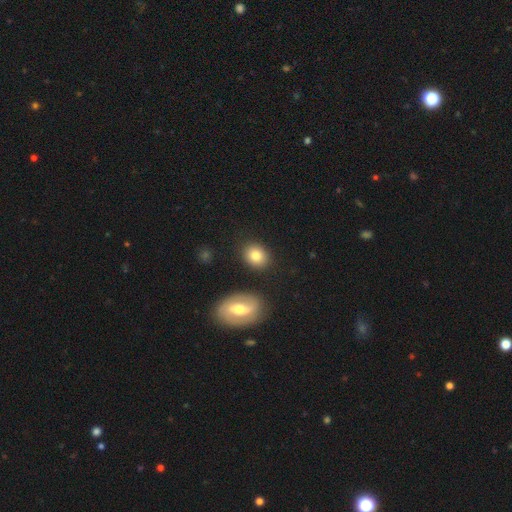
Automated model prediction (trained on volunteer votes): A smooth galaxy with no disk features (81%) that is round (58%).

Vote fractions:
- Smooth or featured? smooth: 81% / featured or disk: 10% / star or artifact: 8%
- How rounded? round: 58% / in between: 40% / cigar-shaped: 1%
- Merging? none: 84% / minor disturbance: 9% / merger: 4% / major disturbance: 3%